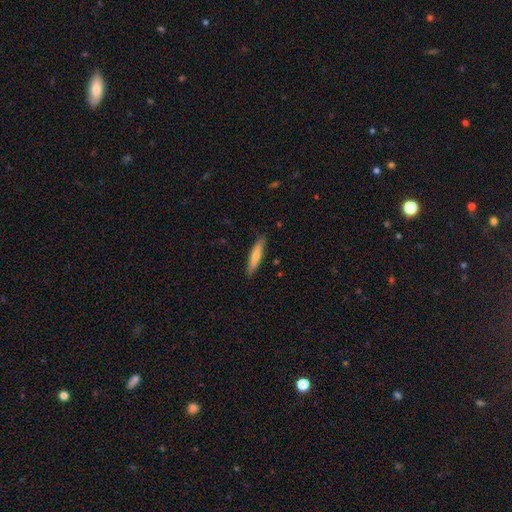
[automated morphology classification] Smooth or featured?
  - smooth: 70% *
  - featured or disk: 25%
  - star or artifact: 6%
How rounded?
  - cigar-shaped: 87% *
  - in between: 12%
  - round: 1%
Merging?
  - none: 88% *
  - minor disturbance: 9%
  - major disturbance: 2%
  - merger: 1%